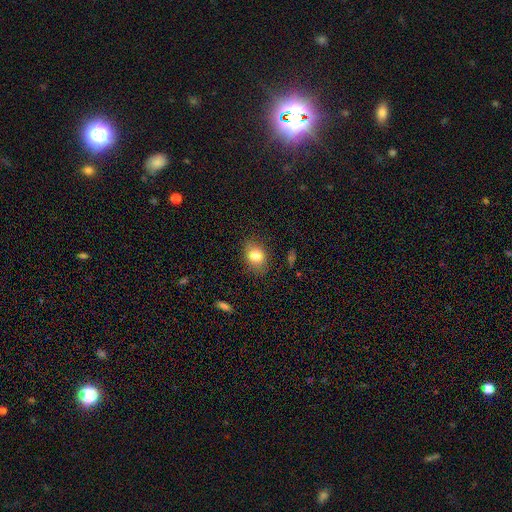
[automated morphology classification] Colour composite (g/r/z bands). It shows a smooth galaxy with no disk features (81%) that is in between round and cigar-shaped (56%). Merging: none (80%).